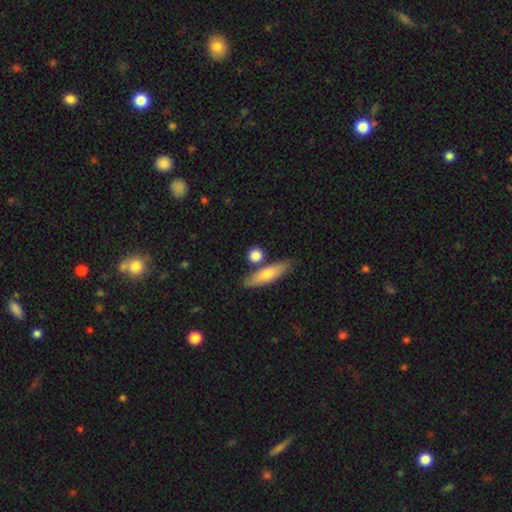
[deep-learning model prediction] A smooth galaxy with no disk features (81%) that is round (63%).

Vote fractions:
- Smooth or featured? smooth: 81% / featured or disk: 13% / star or artifact: 7%
- How rounded? round: 63% / in between: 20% / cigar-shaped: 16%
- Merging? none: 71% / merger: 14% / minor disturbance: 12% / major disturbance: 3%